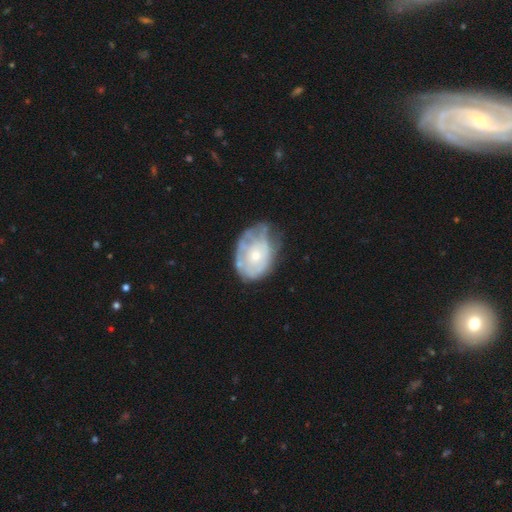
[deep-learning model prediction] Smooth or featured? featured or disk (60%)
Edge-on disk? no (96%)
Bar? no (86%)
Spiral arms? no (56%)
Bulge size? small (50%)
Merging? none (44%)